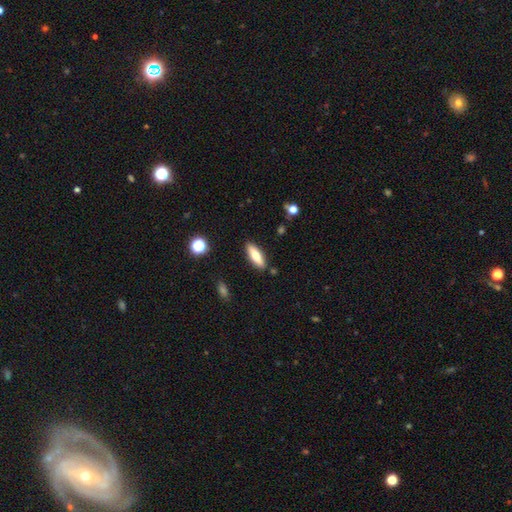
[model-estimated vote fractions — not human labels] Smooth or featured?
  - smooth: 71% *
  - featured or disk: 23%
  - star or artifact: 7%
How rounded?
  - in between: 50% *
  - cigar-shaped: 48%
  - round: 2%
Merging?
  - none: 87% *
  - minor disturbance: 9%
  - merger: 2%
  - major disturbance: 2%